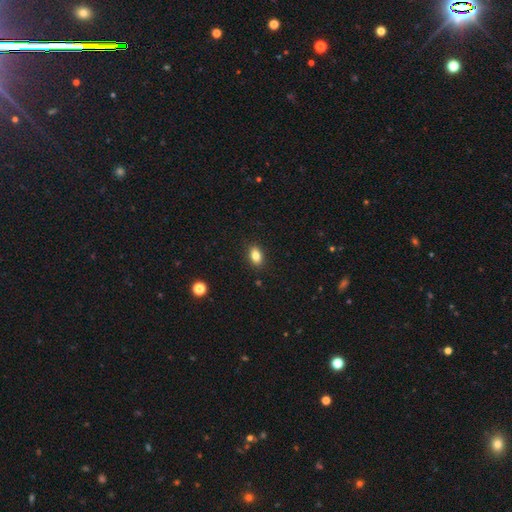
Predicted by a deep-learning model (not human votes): Overall: smooth (83%). How rounded: in between (85%). Merging: none (88%).